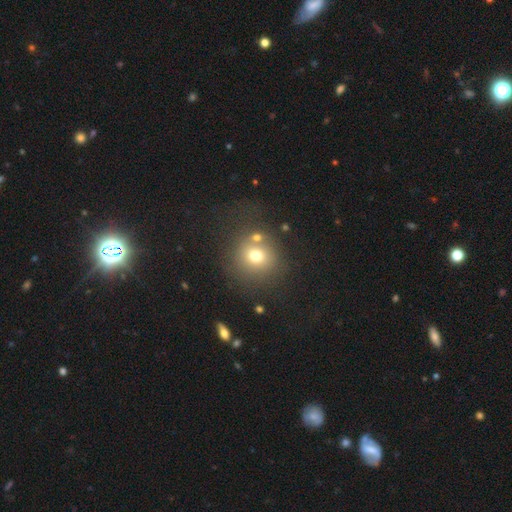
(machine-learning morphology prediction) The model was most divided on "merging": none: 67%, merger: 15%, minor disturbance: 11%, major disturbance: 7%. More confident: how rounded — round (90%); smooth or featured — smooth (71%).